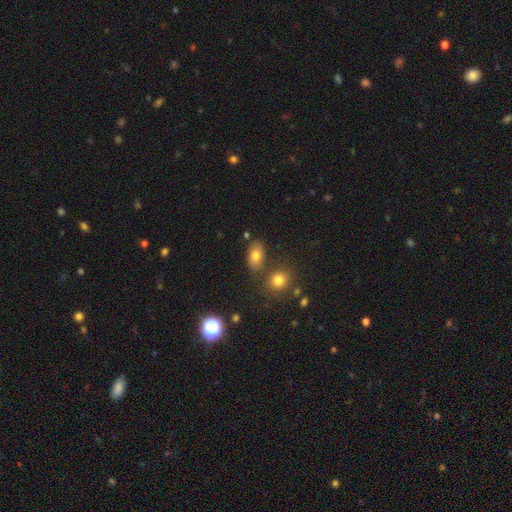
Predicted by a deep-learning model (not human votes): A smooth galaxy with no disk features (77%) that is in between round and cigar-shaped (83%).

Vote fractions:
- Smooth or featured? smooth: 77% / star or artifact: 12% / featured or disk: 11%
- How rounded? in between: 83% / round: 15% / cigar-shaped: 2%
- Merging? none: 73% / minor disturbance: 12% / merger: 11% / major disturbance: 4%